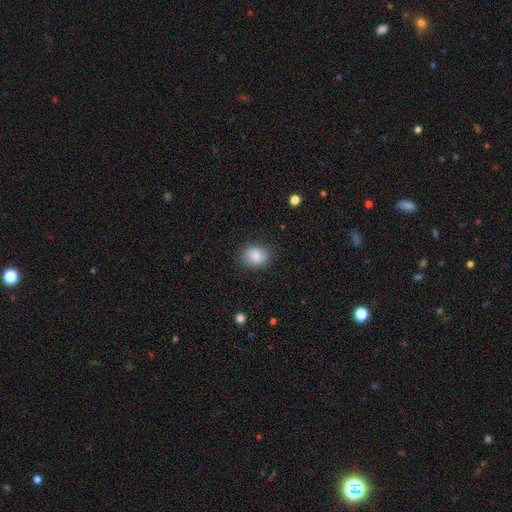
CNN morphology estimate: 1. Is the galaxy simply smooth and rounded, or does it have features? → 85% smooth, 8% star or artifact, 8% featured or disk.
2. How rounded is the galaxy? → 50% round, 49% in between, 1% cigar-shaped.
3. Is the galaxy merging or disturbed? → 82% none, 14% minor disturbance, 4% major disturbance, 1% merger.